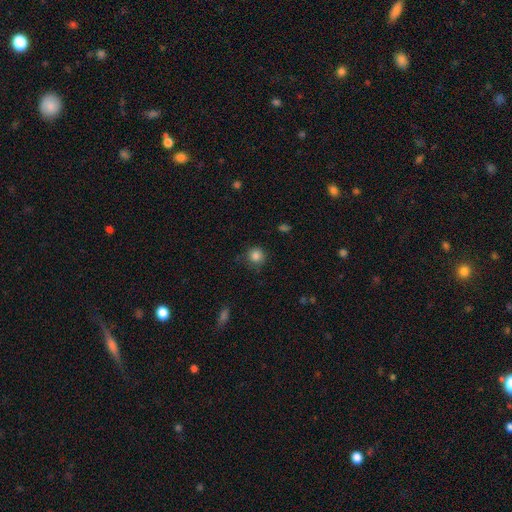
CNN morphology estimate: Smooth or featured: smooth — 84% (star or artifact — 11%)
How rounded: round — 91% (in between — 8%)
Merging: none — 79% (minor disturbance — 16%)